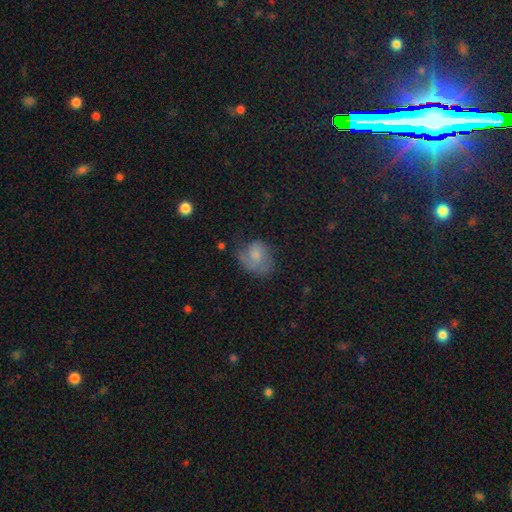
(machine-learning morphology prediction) Overall: smooth (49%; featured or disk 41%). Merging: none (43%; minor disturbance 29%).